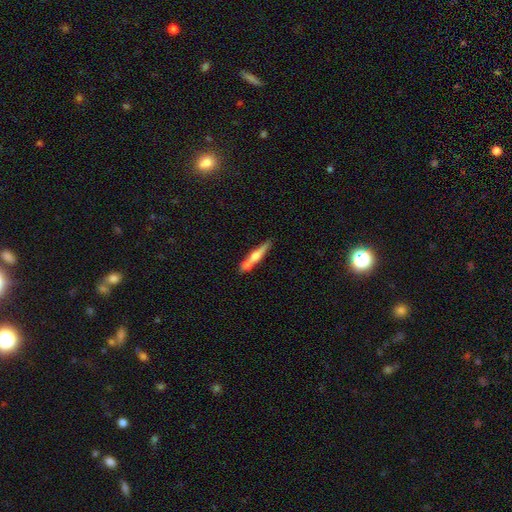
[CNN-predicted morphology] smooth-or-featured: smooth: 50% | featured or disk: 43% | star or artifact: 7%
  how-rounded: cigar-shaped: 84% | in between: 12% | round: 4%
  merging: none: 47% | merger: 34% | minor disturbance: 14% | major disturbance: 5%